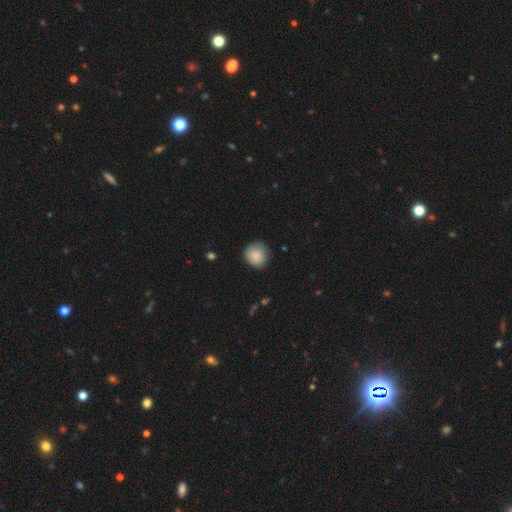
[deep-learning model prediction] A smooth galaxy with no disk features (86%) that is round (87%).

Vote fractions:
- Smooth or featured? smooth: 86% / star or artifact: 7% / featured or disk: 6%
- How rounded? round: 87% / in between: 12% / cigar-shaped: 1%
- Merging? none: 80% / minor disturbance: 16% / major disturbance: 3% / merger: 1%